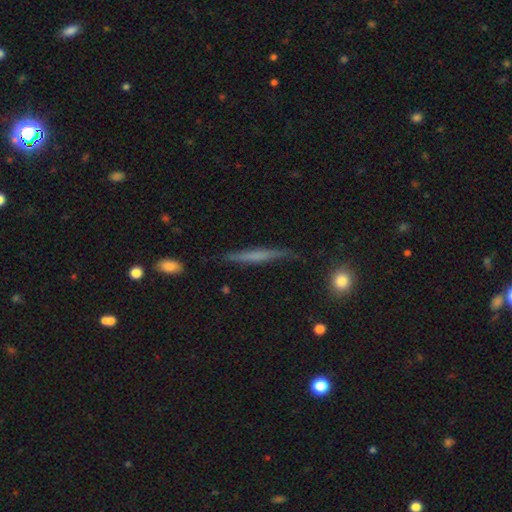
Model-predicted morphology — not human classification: Smooth or featured?
  - featured or disk: 52% *
  - smooth: 40%
  - star or artifact: 8%
Edge-on disk?
  - yes: 95% *
  - no: 5%
Merging?
  - none: 84% *
  - minor disturbance: 12%
  - major disturbance: 3%
  - merger: 2%